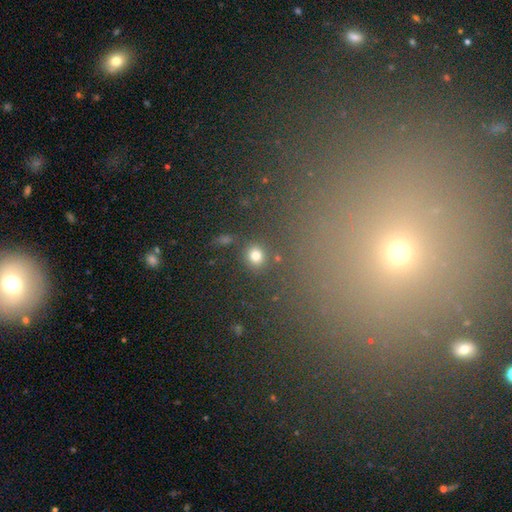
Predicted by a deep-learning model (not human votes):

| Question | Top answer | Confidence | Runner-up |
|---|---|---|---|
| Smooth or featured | smooth | 79% | star or artifact (15%) |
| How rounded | round | 80% | in between (18%) |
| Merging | none | 82% | minor disturbance (8%) |